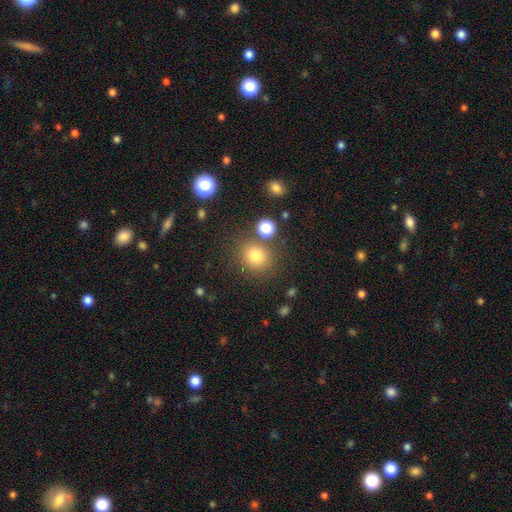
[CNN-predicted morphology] Smooth or featured?
  - smooth: 78% *
  - star or artifact: 15%
  - featured or disk: 7%
How rounded?
  - round: 78% *
  - in between: 21%
  - cigar-shaped: 1%
Merging?
  - none: 78% *
  - minor disturbance: 10%
  - merger: 9%
  - major disturbance: 4%